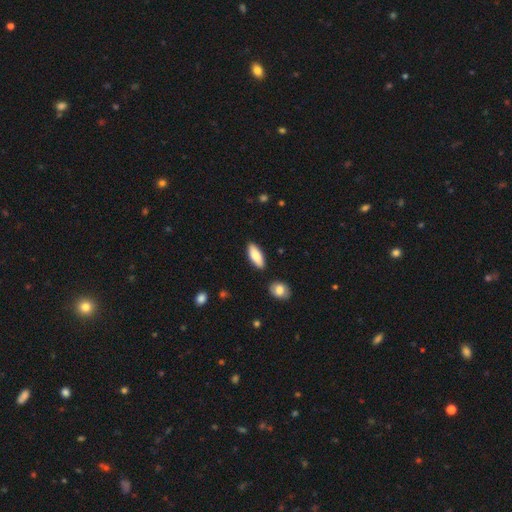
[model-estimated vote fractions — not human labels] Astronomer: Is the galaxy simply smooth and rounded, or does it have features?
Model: smooth — 80%.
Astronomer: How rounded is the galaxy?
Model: in between — 71%.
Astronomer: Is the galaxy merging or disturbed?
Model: none — 86%.